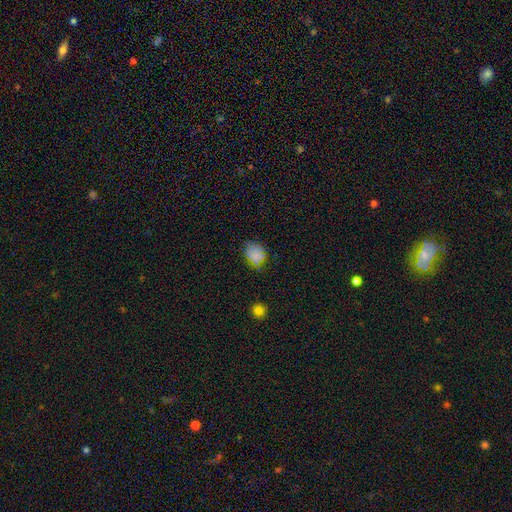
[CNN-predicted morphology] smooth-or-featured: smooth: 75% | star or artifact: 18% | featured or disk: 7%
  how-rounded: in between: 54% | round: 45% | cigar-shaped: 1%
  merging: none: 70% | minor disturbance: 22% | major disturbance: 5% | merger: 2%